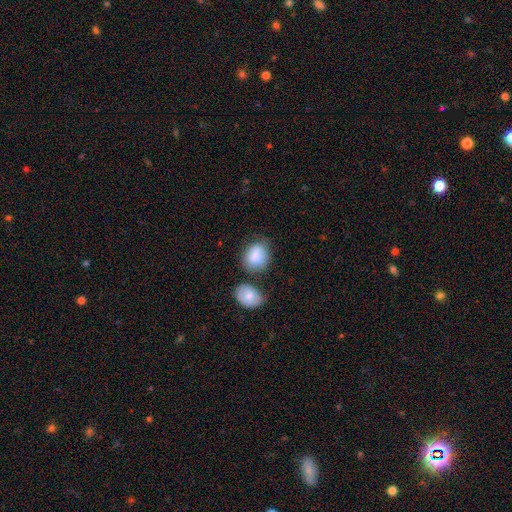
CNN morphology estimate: Smooth or featured? Predicted: smooth (p=0.84). How rounded? Predicted: in between (p=0.60). Merging? Predicted: none (p=0.53).